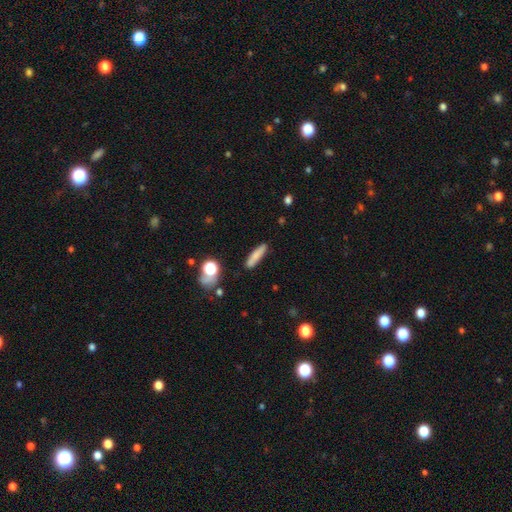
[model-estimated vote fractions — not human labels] A smooth galaxy with no disk features (78%) that is cigar-shaped (80%).

Vote fractions:
- Smooth or featured? smooth: 78% / featured or disk: 14% / star or artifact: 8%
- How rounded? cigar-shaped: 80% / in between: 17% / round: 3%
- Merging? none: 85% / minor disturbance: 10% / major disturbance: 3% / merger: 3%